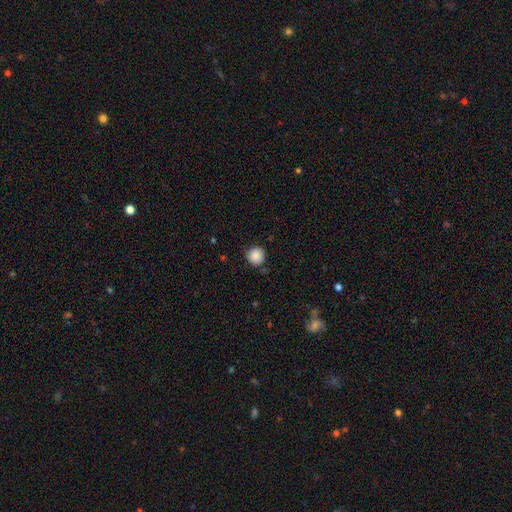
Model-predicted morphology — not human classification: A smooth galaxy with no disk features (87%) that is round (93%).

Vote fractions:
- Smooth or featured? smooth: 87% / star or artifact: 9% / featured or disk: 4%
- How rounded? round: 93% / in between: 6% / cigar-shaped: 1%
- Merging? none: 85% / minor disturbance: 10% / major disturbance: 2% / merger: 2%